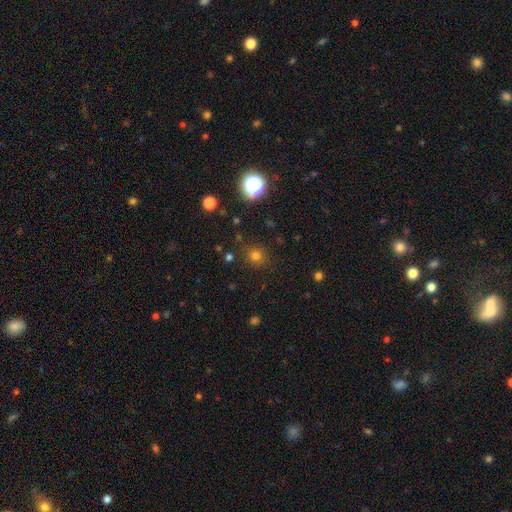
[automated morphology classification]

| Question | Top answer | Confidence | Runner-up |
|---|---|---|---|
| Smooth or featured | smooth | 72% | star or artifact (21%) |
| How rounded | round | 88% | in between (11%) |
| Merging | none | 85% | minor disturbance (10%) |